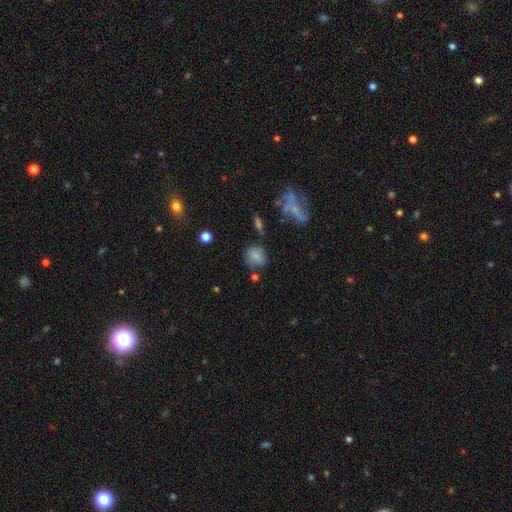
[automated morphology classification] smooth 75%, featured or disk 14%, star or artifact 11%. Down the decision tree: how rounded — round (72%); merging — none (66%).